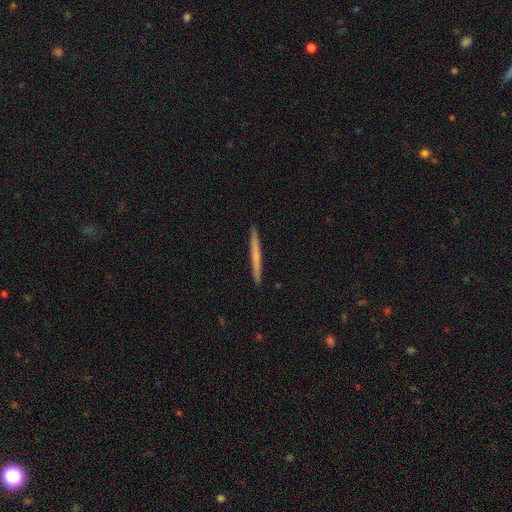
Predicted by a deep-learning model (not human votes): Morphology: type=smooth (54%); roundness=cigar-shaped (97%); merging=none (93%).